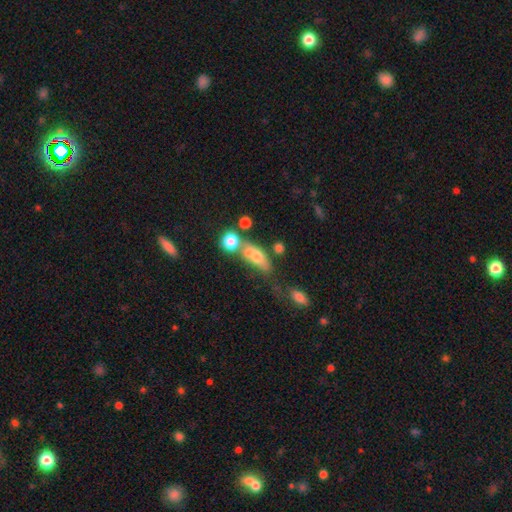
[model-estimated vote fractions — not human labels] Smooth or featured? smooth (63%)
How rounded? in between (64%)
Merging? none (38%)